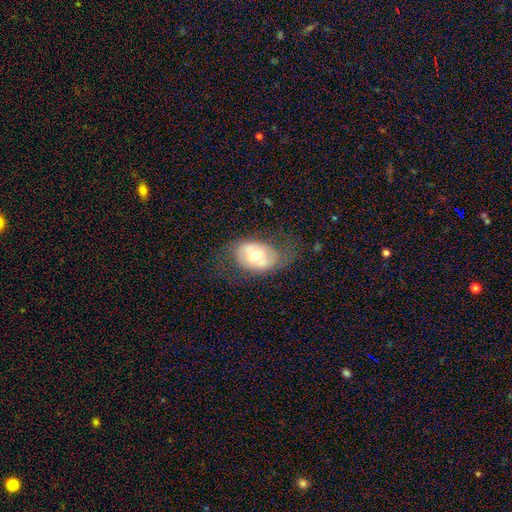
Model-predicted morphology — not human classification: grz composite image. It shows a featured or disk galaxy (52%). Merging: none (63%).